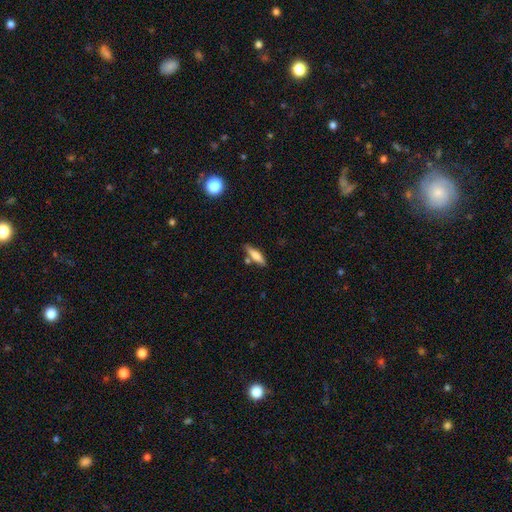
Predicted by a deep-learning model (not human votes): smooth 67%, featured or disk 26%, star or artifact 7%. Down the decision tree: how rounded — cigar-shaped (67%); merging — none (72%).